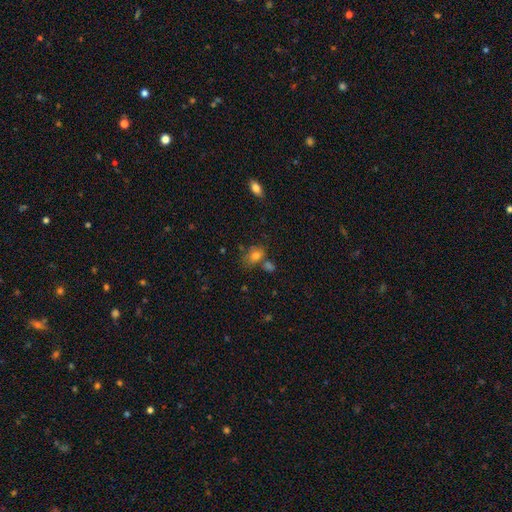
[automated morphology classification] A smooth galaxy with no disk features (75%) that is in between round and cigar-shaped (69%).

Vote fractions:
- Smooth or featured? smooth: 75% / featured or disk: 13% / star or artifact: 12%
- How rounded? in between: 69% / round: 30% / cigar-shaped: 2%
- Merging? none: 55% / minor disturbance: 19% / merger: 19% / major disturbance: 7%